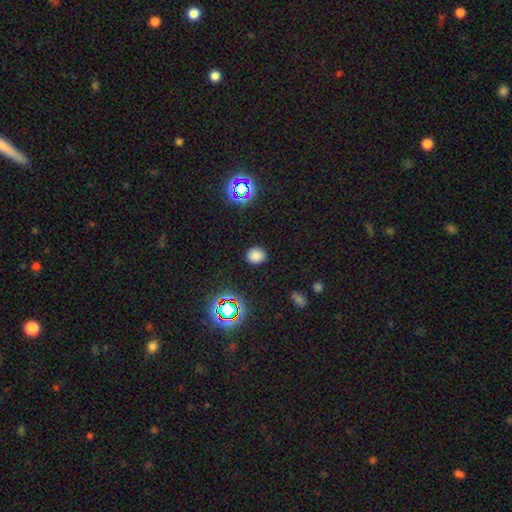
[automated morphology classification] smooth 77%, star or artifact 17%, featured or disk 5%. Down the decision tree: how rounded — round (72%); merging — none (88%).